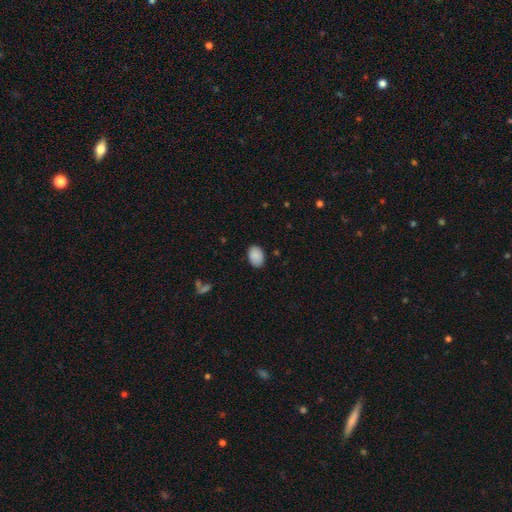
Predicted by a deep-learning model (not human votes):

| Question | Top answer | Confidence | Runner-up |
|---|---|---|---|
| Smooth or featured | smooth | 89% | star or artifact (7%) |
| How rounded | in between | 82% | round (17%) |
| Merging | none | 86% | minor disturbance (11%) |